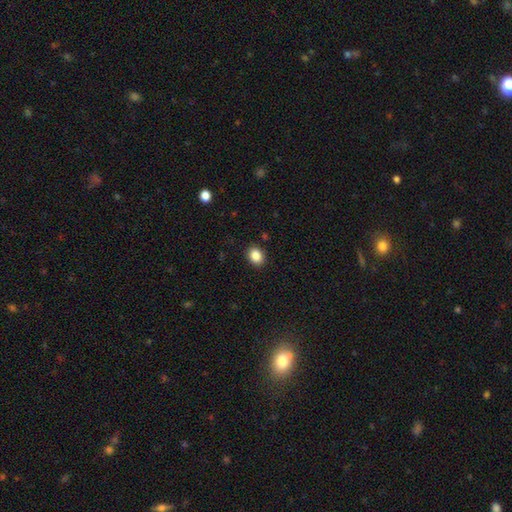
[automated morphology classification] A smooth galaxy with no disk features (87%) that is in between round and cigar-shaped (56%). Merging: none (90%).